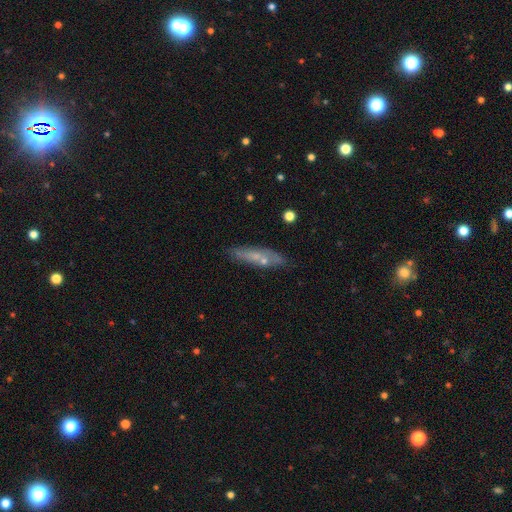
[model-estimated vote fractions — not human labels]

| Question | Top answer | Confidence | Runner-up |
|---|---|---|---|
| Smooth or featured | smooth | 46% | featured or disk (45%) |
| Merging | none | 77% | minor disturbance (15%) |